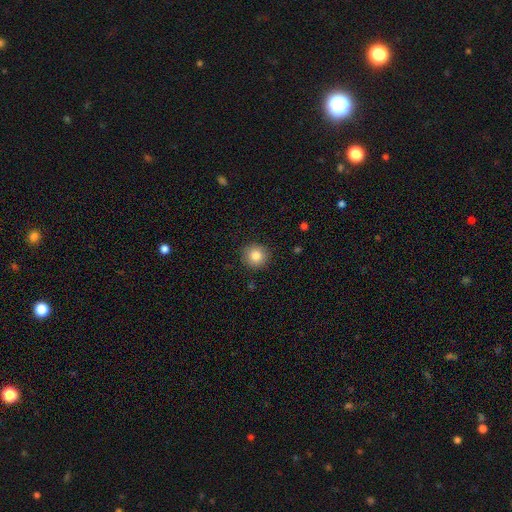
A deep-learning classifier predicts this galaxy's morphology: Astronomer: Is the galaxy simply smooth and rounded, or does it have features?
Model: smooth — 84%.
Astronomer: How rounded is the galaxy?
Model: round — 93%.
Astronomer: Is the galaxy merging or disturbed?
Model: none — 90%.